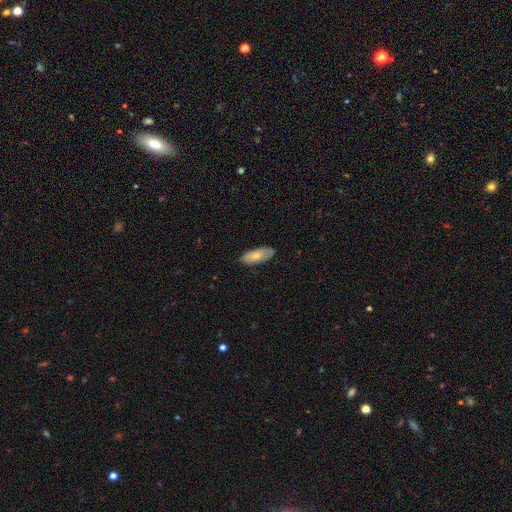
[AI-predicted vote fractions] Smooth or featured?
  - smooth: 70% *
  - featured or disk: 24%
  - star or artifact: 6%
How rounded?
  - in between: 82% *
  - cigar-shaped: 16%
  - round: 2%
Merging?
  - none: 78% *
  - minor disturbance: 18%
  - major disturbance: 3%
  - merger: 1%